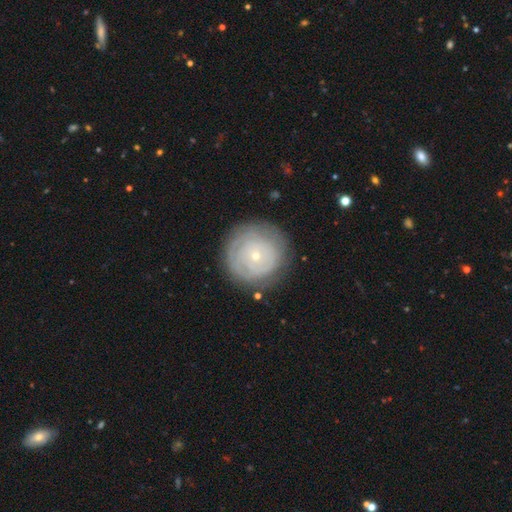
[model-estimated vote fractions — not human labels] Smooth or featured?
  - featured or disk: 55% *
  - smooth: 37%
  - star or artifact: 7%
Edge-on disk?
  - no: 97% *
  - yes: 3%
Bar?
  - no: 89% *
  - weak: 9%
  - strong: 2%
Spiral arms?
  - yes: 61% *
  - no: 39%
Bulge size?
  - small: 82% *
  - moderate: 15%
  - large: 1%
  - none: 1%
  - dominant: 1%
Merging?
  - none: 80% *
  - minor disturbance: 14%
  - major disturbance: 5%
  - merger: 1%